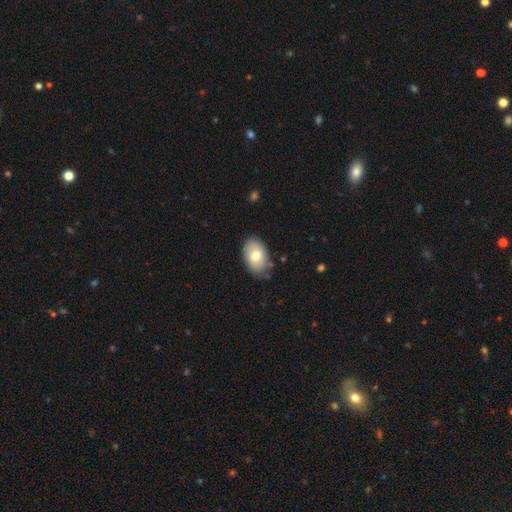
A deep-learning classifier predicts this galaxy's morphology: smooth-or-featured: smooth: 75% | featured or disk: 18% | star or artifact: 7%
  how-rounded: in between: 89% | round: 10% | cigar-shaped: 1%
  merging: none: 78% | minor disturbance: 17% | major disturbance: 3% | merger: 2%